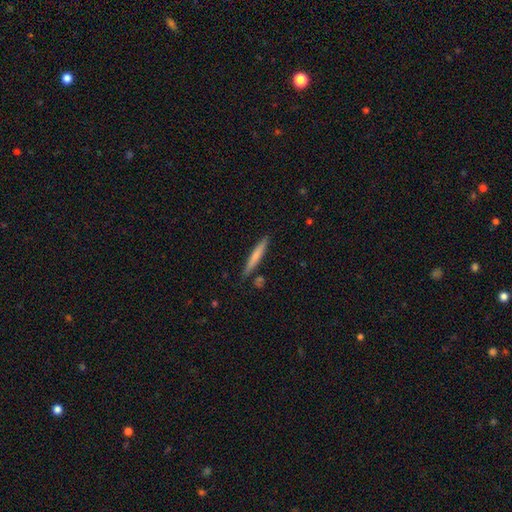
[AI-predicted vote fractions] Smooth or featured: smooth — 67% (featured or disk — 28%)
How rounded: cigar-shaped — 95% (in between — 4%)
Merging: none — 85% (minor disturbance — 10%)